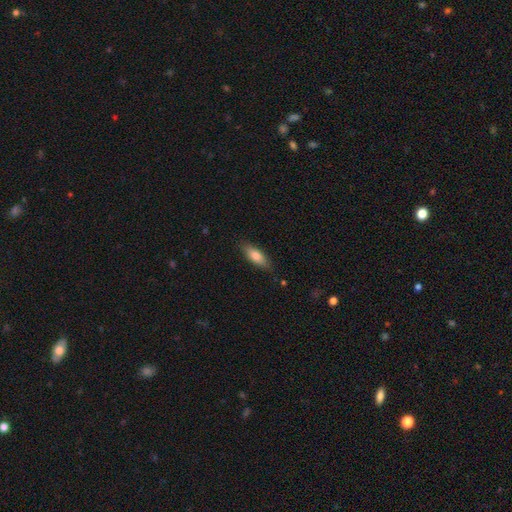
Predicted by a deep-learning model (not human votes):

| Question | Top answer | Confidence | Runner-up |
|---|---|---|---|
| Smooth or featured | smooth | 76% | featured or disk (17%) |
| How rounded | in between | 62% | cigar-shaped (35%) |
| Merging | none | 84% | minor disturbance (13%) |